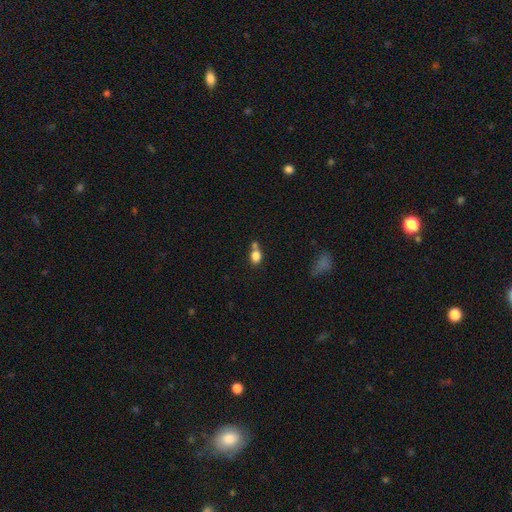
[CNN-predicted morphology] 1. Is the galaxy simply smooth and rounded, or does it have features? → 82% smooth, 10% star or artifact, 8% featured or disk.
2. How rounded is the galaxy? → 68% in between, 30% round, 2% cigar-shaped.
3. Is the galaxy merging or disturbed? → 46% none, 35% merger, 13% minor disturbance, 5% major disturbance.